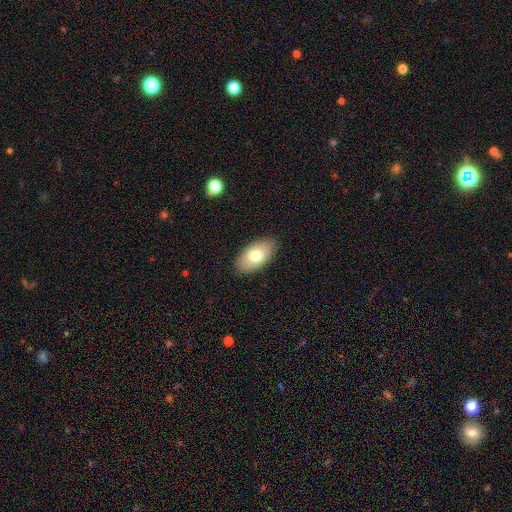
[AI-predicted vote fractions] Smooth or featured: smooth — 73% (featured or disk — 20%)
How rounded: in between — 94% (round — 4%)
Merging: none — 86% (minor disturbance — 10%)